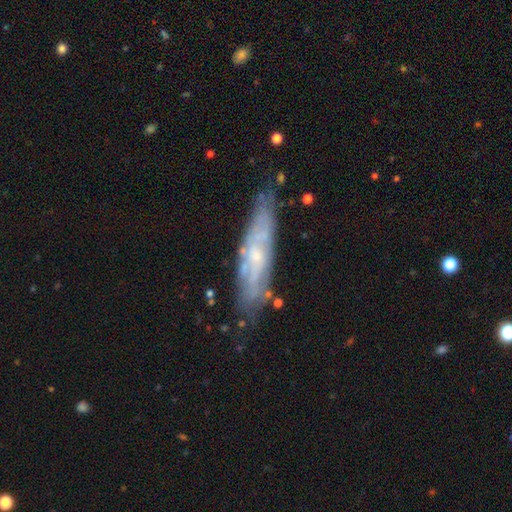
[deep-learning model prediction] Smooth or featured?
  - featured or disk: 65% *
  - smooth: 28%
  - star or artifact: 7%
Edge-on disk?
  - no: 57% *
  - yes: 43%
Merging?
  - none: 72% *
  - minor disturbance: 20%
  - major disturbance: 5%
  - merger: 3%